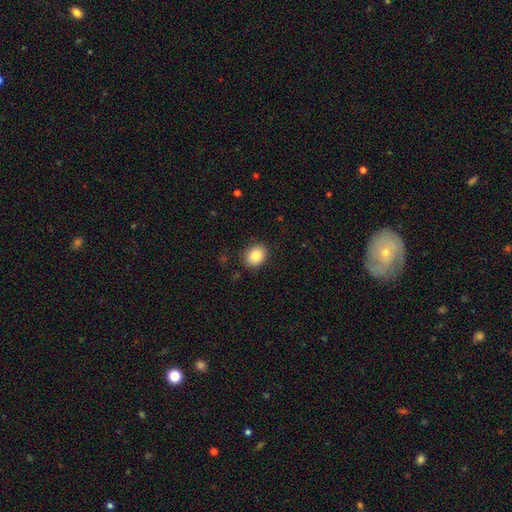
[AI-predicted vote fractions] Smooth or featured? Predicted: smooth (p=0.86). How rounded? Predicted: in between (p=0.54). Merging? Predicted: none (p=0.86).